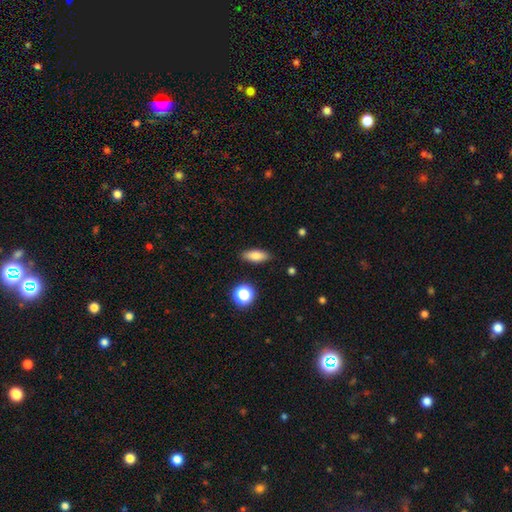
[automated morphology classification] A smooth galaxy with no disk features (81%) that is in between round and cigar-shaped (72%). Merging: none (87%).